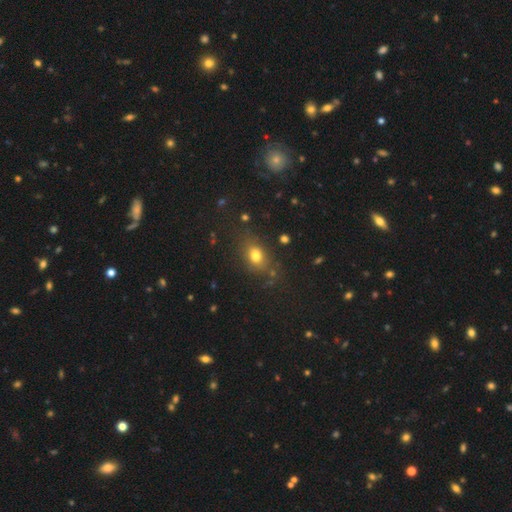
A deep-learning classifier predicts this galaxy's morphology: The model was most divided on "how rounded": in between: 67%, round: 30%, cigar-shaped: 3%. More confident: merging — none (76%); smooth or featured — smooth (74%).